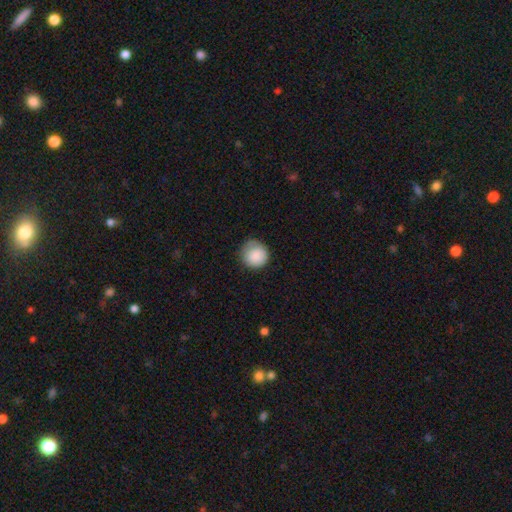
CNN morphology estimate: This is clearly a smooth galaxy (87%). How rounded: clearly round (92%). Merging: likely none (70%).